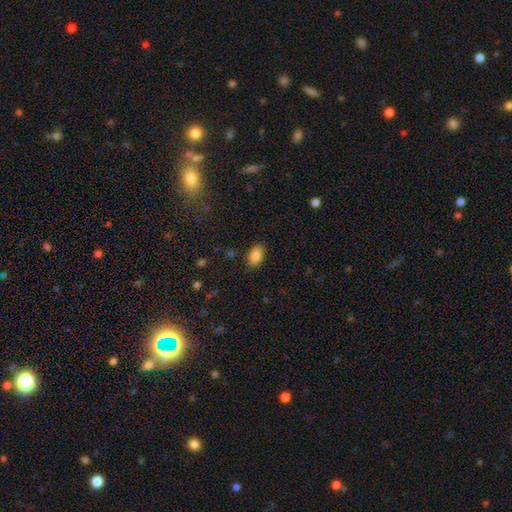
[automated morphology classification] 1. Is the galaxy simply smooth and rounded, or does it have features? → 86% smooth, 8% star or artifact, 6% featured or disk.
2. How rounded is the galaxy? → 90% in between, 8% round, 2% cigar-shaped.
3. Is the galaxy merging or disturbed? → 84% none, 11% minor disturbance, 3% major disturbance, 1% merger.